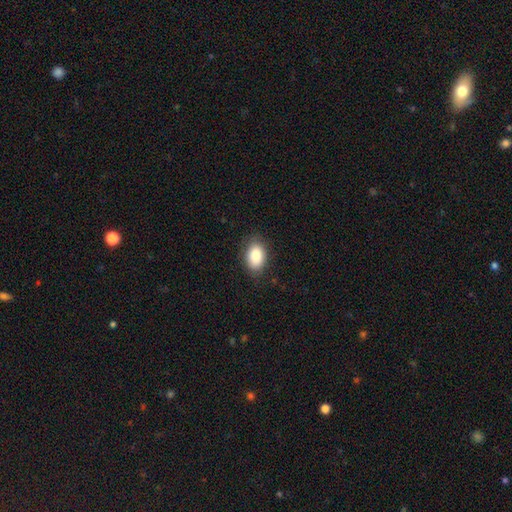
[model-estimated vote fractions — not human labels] Smooth or featured: smooth — 87% (star or artifact — 7%)
How rounded: in between — 89% (round — 9%)
Merging: none — 83% (minor disturbance — 13%)